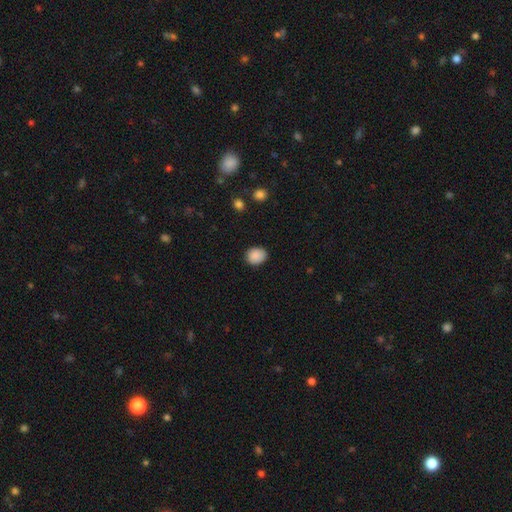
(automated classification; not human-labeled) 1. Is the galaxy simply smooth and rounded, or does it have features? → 89% smooth, 8% star or artifact, 3% featured or disk.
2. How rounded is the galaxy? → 56% round, 43% in between, 1% cigar-shaped.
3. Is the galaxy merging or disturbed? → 86% none, 11% minor disturbance, 2% major disturbance, 1% merger.